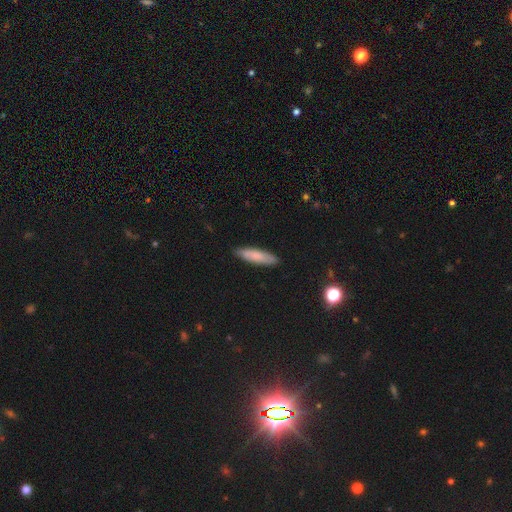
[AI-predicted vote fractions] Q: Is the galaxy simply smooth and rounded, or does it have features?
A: smooth — 77%.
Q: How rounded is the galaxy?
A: cigar-shaped — 67%.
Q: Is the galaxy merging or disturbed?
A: none — 85%.